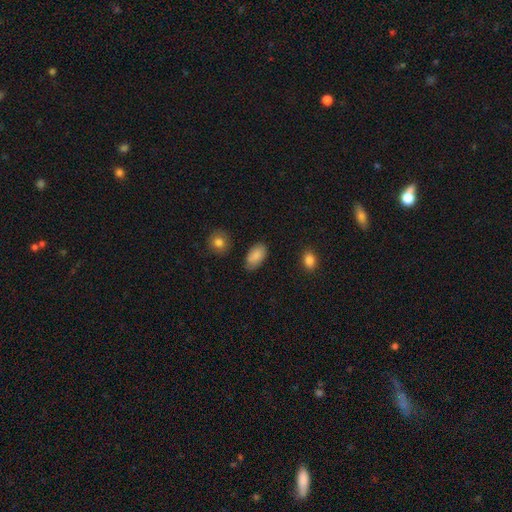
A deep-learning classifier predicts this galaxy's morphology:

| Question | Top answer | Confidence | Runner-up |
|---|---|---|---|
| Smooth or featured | smooth | 86% | featured or disk (7%) |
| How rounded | in between | 94% | round (4%) |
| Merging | none | 78% | minor disturbance (17%) |